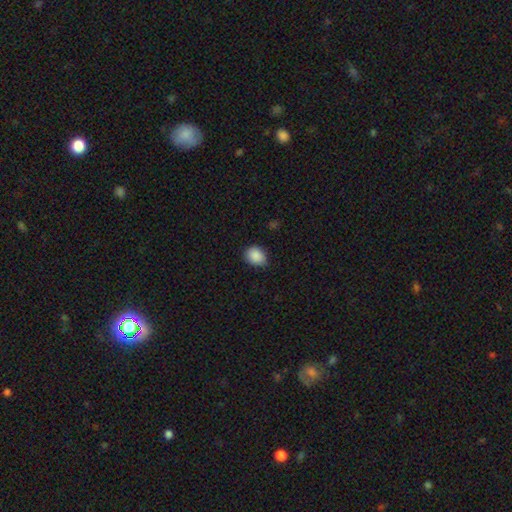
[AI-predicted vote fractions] smooth 88%, star or artifact 9%, featured or disk 3%. Down the decision tree: how rounded — in between (52%); merging — none (71%).